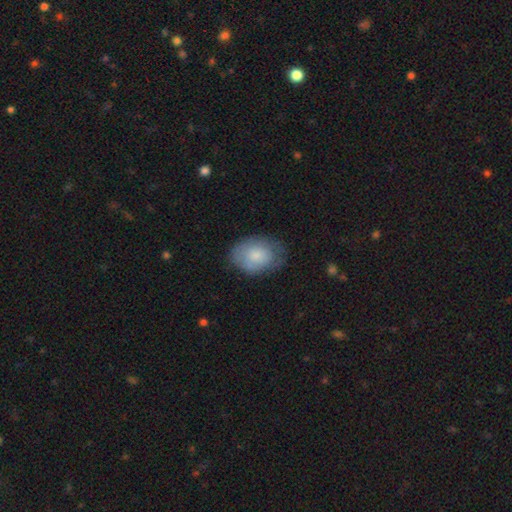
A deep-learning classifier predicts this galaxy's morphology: Q: Smooth or featured?
A: smooth (73%); runner-up: featured or disk (21%)
Q: How rounded?
A: in between (76%); runner-up: round (23%)
Q: Merging?
A: none (65%); runner-up: minor disturbance (26%)